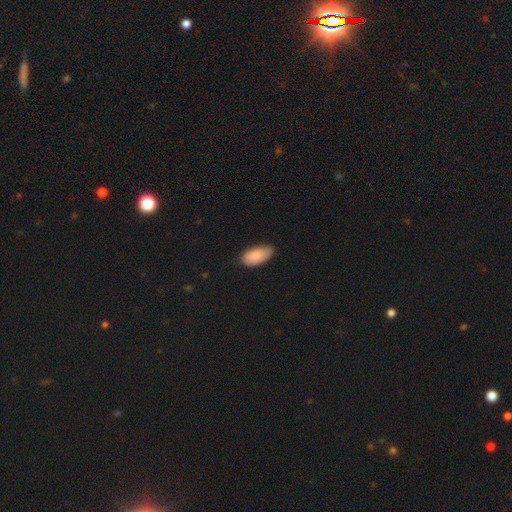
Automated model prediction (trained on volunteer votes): smooth-or-featured: smooth: 86% | featured or disk: 8% | star or artifact: 6%
  how-rounded: in between: 94% | cigar-shaped: 3% | round: 2%
  merging: none: 73% | minor disturbance: 23% | major disturbance: 3% | merger: 1%